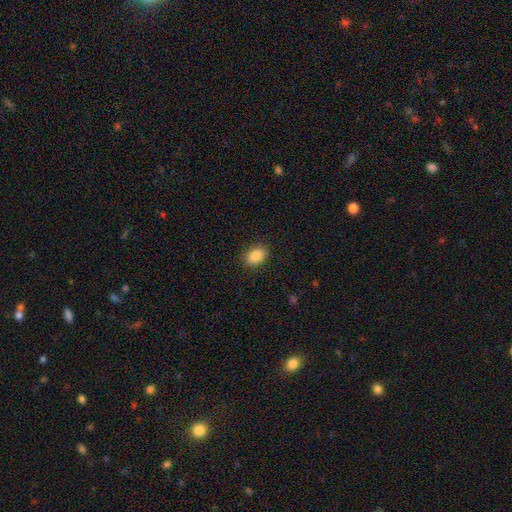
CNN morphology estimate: type=smooth (87%); roundness=in between (81%); merging=none (88%).